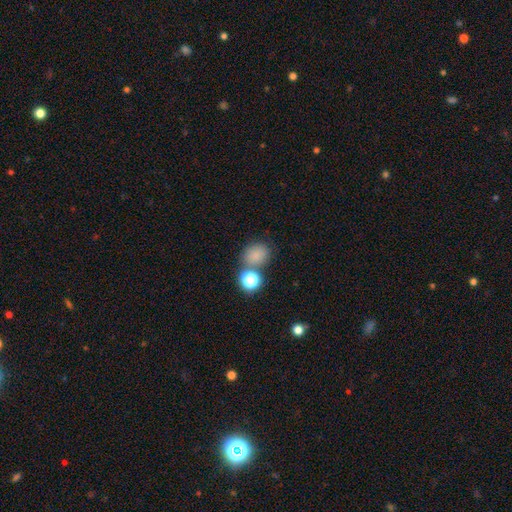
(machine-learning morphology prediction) Smooth or featured: smooth — 77% (star or artifact — 16%)
How rounded: round — 61% (in between — 38%)
Merging: none — 61% (merger — 22%)